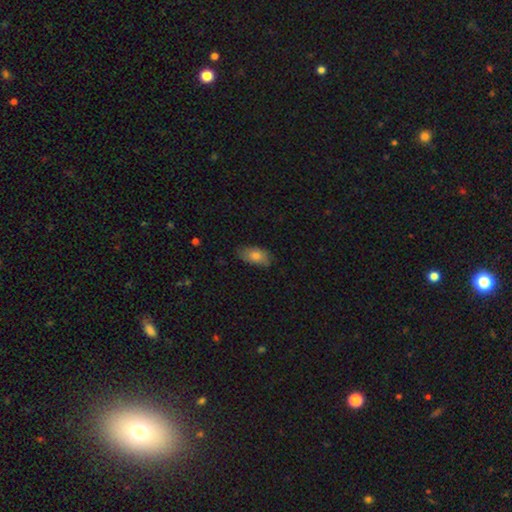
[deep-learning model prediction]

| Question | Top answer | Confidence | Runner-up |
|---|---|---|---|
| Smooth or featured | smooth | 80% | featured or disk (13%) |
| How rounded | in between | 91% | round (5%) |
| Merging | none | 76% | minor disturbance (19%) |